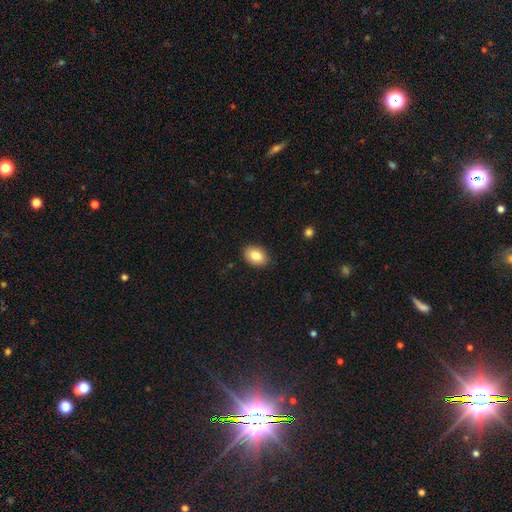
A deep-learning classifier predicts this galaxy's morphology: smooth-or-featured: smooth: 84% | featured or disk: 8% | star or artifact: 8%
  how-rounded: in between: 81% | round: 18% | cigar-shaped: 1%
  merging: none: 87% | minor disturbance: 10% | major disturbance: 2% | merger: 1%